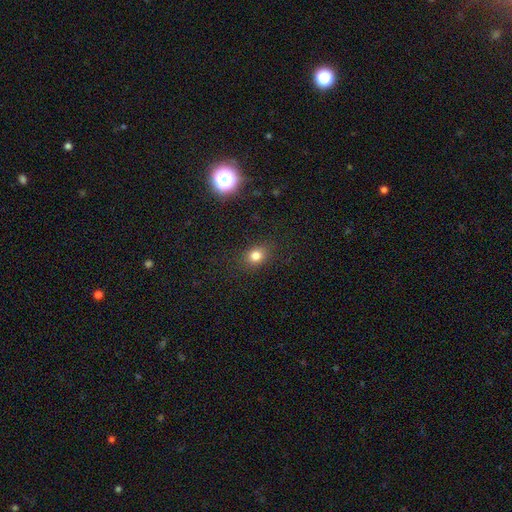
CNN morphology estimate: This is likely a smooth galaxy (80%). How rounded: possibly round (55%). Merging: clearly none (85%).